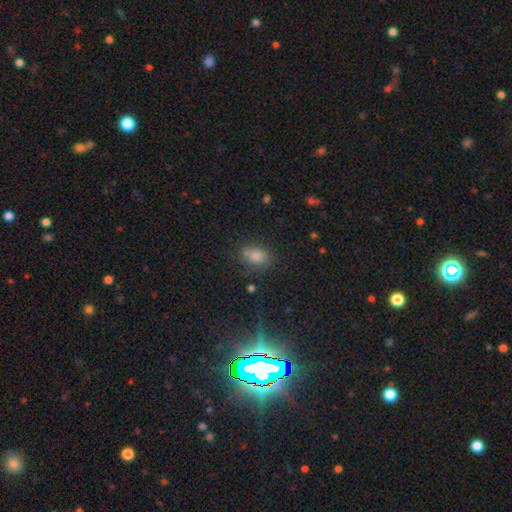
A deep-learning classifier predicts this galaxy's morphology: This appears to be a smooth galaxy with no disk features (64%) that is in between round and cigar-shaped (68%). Merging: none (72%).